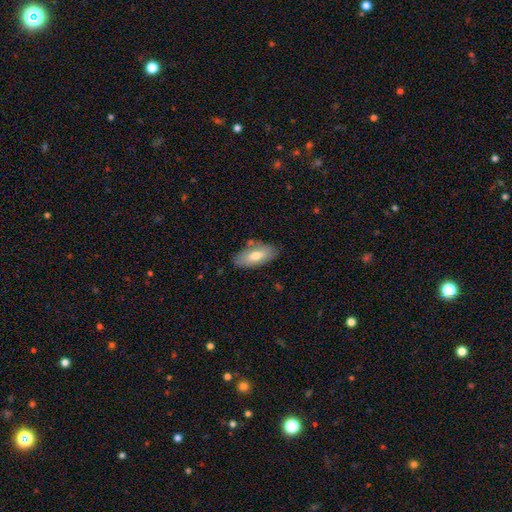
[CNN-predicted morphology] Q: Smooth or featured?
A: smooth (69%); runner-up: featured or disk (25%)
Q: How rounded?
A: in between (88%); runner-up: cigar-shaped (10%)
Q: Merging?
A: none (78%); runner-up: minor disturbance (15%)